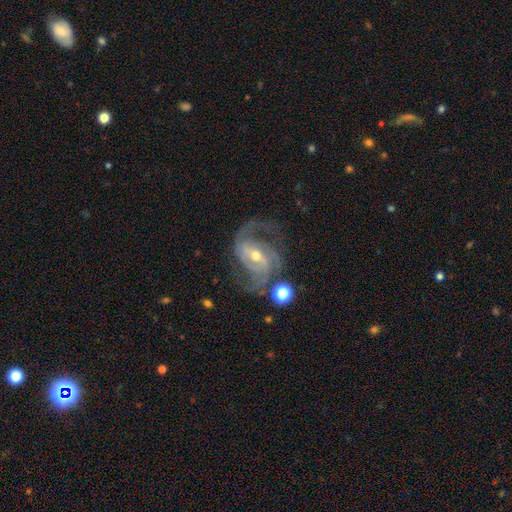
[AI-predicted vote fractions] Smooth or featured?
  - featured or disk: 90% *
  - star or artifact: 6%
  - smooth: 5%
Edge-on disk?
  - no: 97% *
  - yes: 3%
Bar?
  - weak: 43% *
  - strong: 37%
  - no: 20%
Spiral arms?
  - yes: 97% *
  - no: 3%
Spiral winding?
  - medium: 55% *
  - tight: 25%
  - loose: 20%
Spiral arm count?
  - 2: 66% *
  - 3: 18%
  - can't tell: 7%
  - 4: 4%
  - 1: 3%
  - more than 4: 3%
Bulge size?
  - moderate: 48% * (tied)
  - small: 48% * (tied)
  - large: 2%
  - none: 1%
  - dominant: 1%
Merging?
  - none: 64% *
  - minor disturbance: 17%
  - major disturbance: 15%
  - merger: 5%